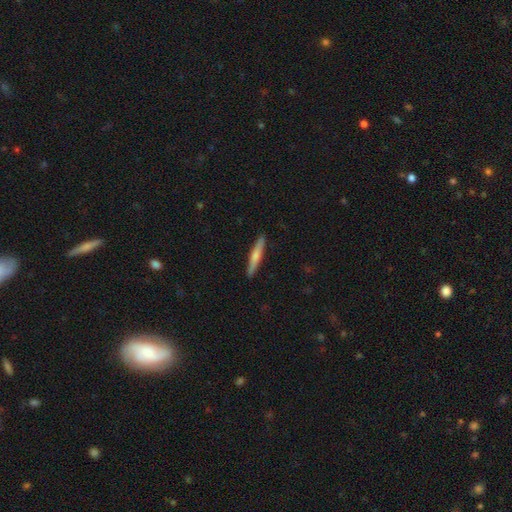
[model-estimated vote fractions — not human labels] Morphology: type=smooth (56%); roundness=cigar-shaped (93%); merging=none (91%).